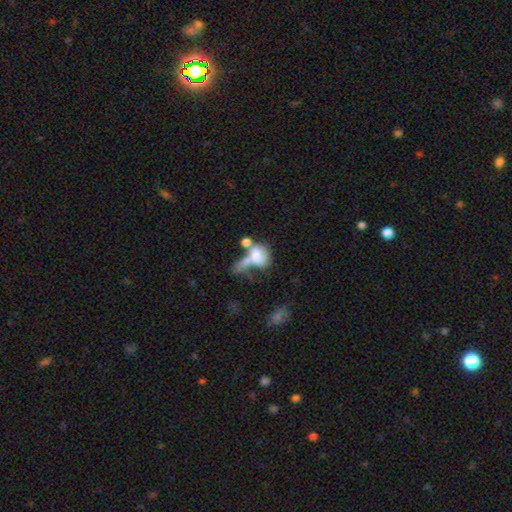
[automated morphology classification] The model was most divided on "smooth or featured": smooth: 57%, featured or disk: 33%, star or artifact: 9%. More confident: how rounded — in between (76%); merging — merger (56%).